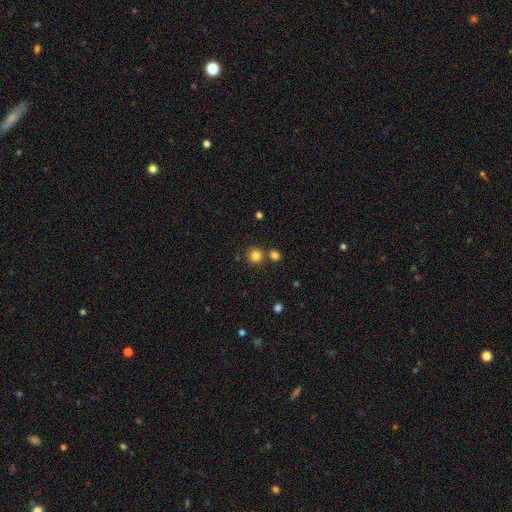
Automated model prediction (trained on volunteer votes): smooth 81%, star or artifact 13%, featured or disk 5%. Down the decision tree: how rounded — round (93%); merging — none (75%).